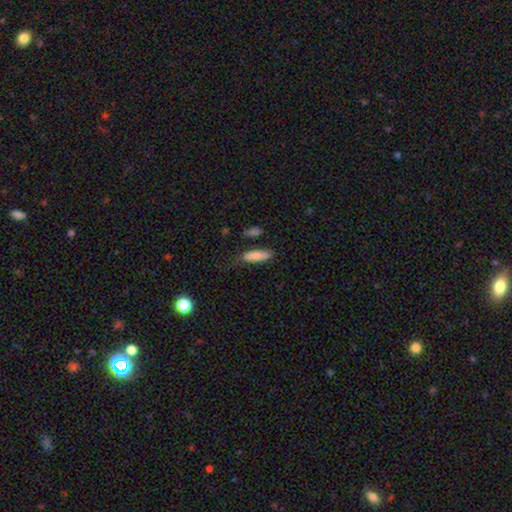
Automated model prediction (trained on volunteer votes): A smooth galaxy with no disk features (79%) that is cigar-shaped (54%).

Vote fractions:
- Smooth or featured? smooth: 79% / featured or disk: 14% / star or artifact: 7%
- How rounded? cigar-shaped: 54% / in between: 44% / round: 2%
- Merging? none: 64% / minor disturbance: 23% / major disturbance: 8% / merger: 5%